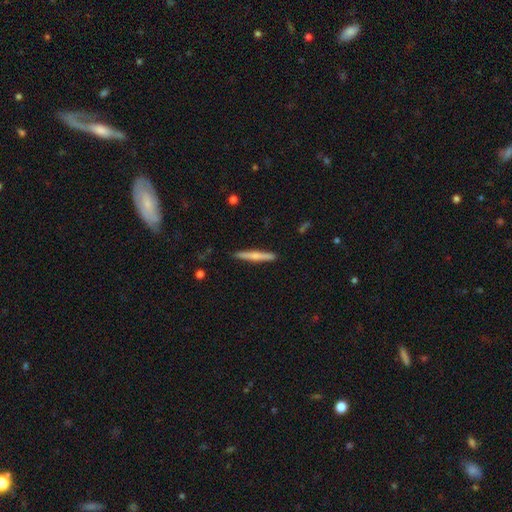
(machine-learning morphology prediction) Smooth or featured: smooth — 48% (featured or disk — 46%)
Merging: none — 91% (minor disturbance — 7%)